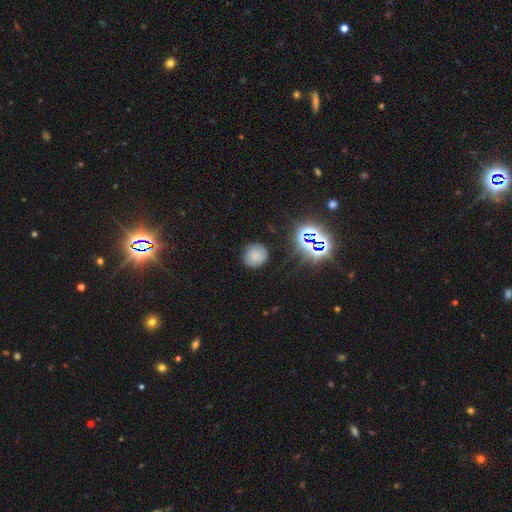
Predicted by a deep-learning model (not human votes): The model was most divided on "smooth or featured": smooth: 71%, star or artifact: 20%, featured or disk: 9%. More confident: how rounded — round (87%); merging — none (82%).